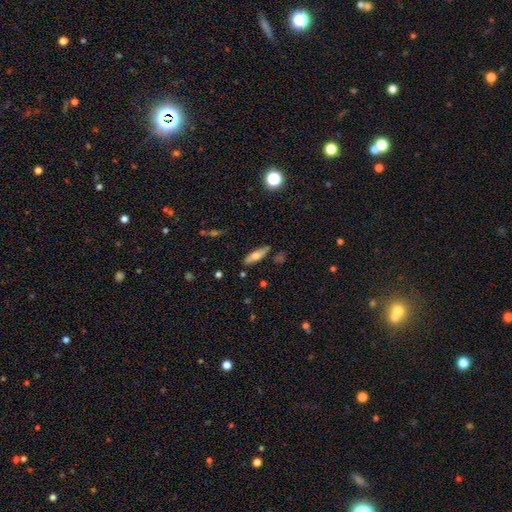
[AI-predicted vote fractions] smooth_or_featured: smooth (p=0.61) [alt: featured or disk p=0.31]
how_rounded: cigar-shaped (p=0.55) [alt: in between p=0.43]
merging: none (p=0.79) [alt: minor disturbance p=0.15]